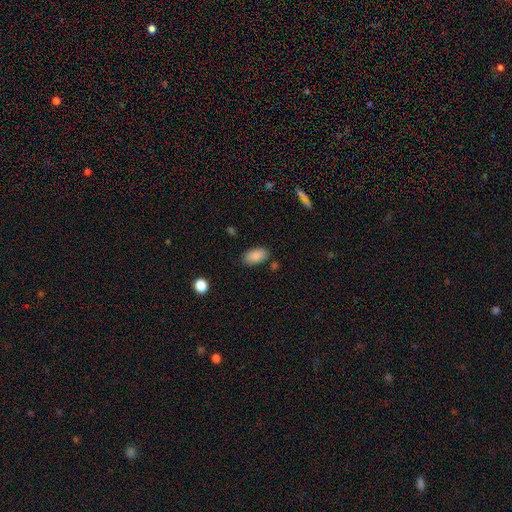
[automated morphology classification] smooth-or-featured: smooth: 87% | star or artifact: 8% | featured or disk: 5%
  how-rounded: in between: 93% | round: 4% | cigar-shaped: 2%
  merging: none: 80% | minor disturbance: 14% | major disturbance: 3% | merger: 3%